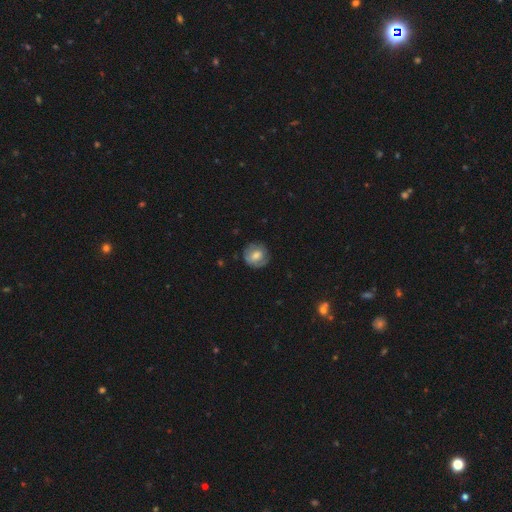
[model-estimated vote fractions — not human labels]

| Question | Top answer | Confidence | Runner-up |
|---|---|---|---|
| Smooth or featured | smooth | 60% | featured or disk (32%) |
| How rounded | round | 86% | in between (13%) |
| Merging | none | 76% | minor disturbance (17%) |